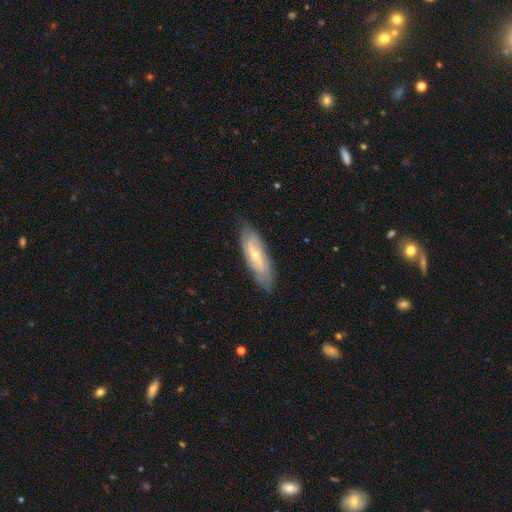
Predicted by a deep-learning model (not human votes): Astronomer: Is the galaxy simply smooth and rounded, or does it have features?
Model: featured or disk — 65%.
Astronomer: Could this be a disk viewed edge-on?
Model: no — 78%.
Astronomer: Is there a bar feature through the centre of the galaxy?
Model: weak — 47% (runner-up: no, 34%).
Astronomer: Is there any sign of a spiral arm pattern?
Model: yes — 81%.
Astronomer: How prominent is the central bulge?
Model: small — 58% (runner-up: moderate, 38%).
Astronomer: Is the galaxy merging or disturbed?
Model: none — 83%.